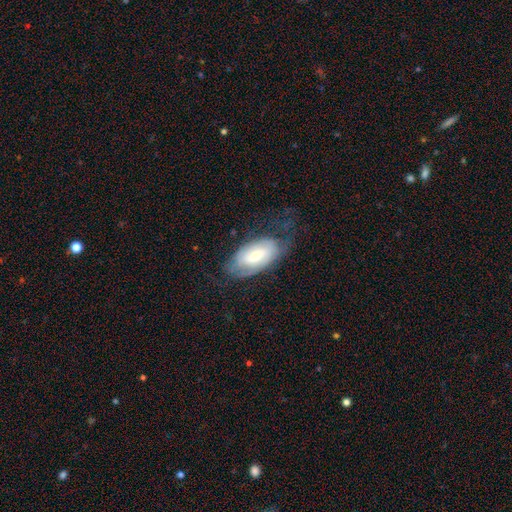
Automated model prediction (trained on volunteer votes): featured or disk 54%, smooth 39%, star or artifact 7%. Down the decision tree: edge-on disk — no (91%); merging — none (54%).